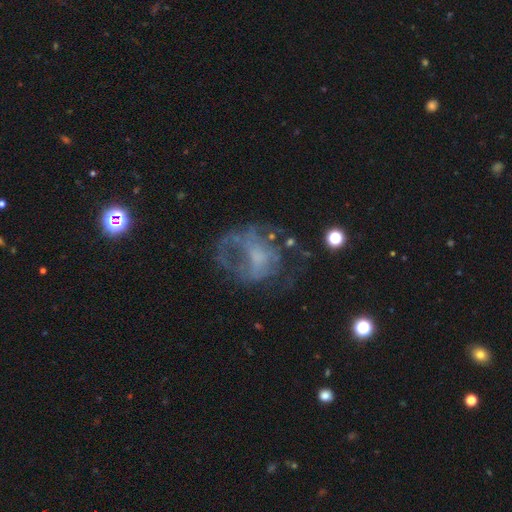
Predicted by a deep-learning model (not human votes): Overall: featured or disk (60%; smooth 23%). Edge-on disk: no (97%). Bar: no (72%). Spiral arms: no (59%; yes 41%). Bulge size: none (40%; small 31%). Merging: none (43%; major disturbance 34%).